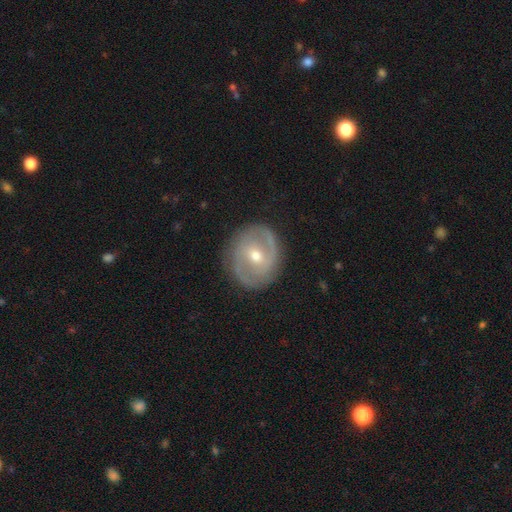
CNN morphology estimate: The model was most divided on "bar": weak: 44%, no: 36%, strong: 19%. Remaining: edge-on disk — no (96%); spiral arms — yes (88%); merging — none (84%); smooth or featured — featured or disk (80%); spiral arm count — 2 (77%); bulge size — moderate (56%); spiral winding — tight (49%).